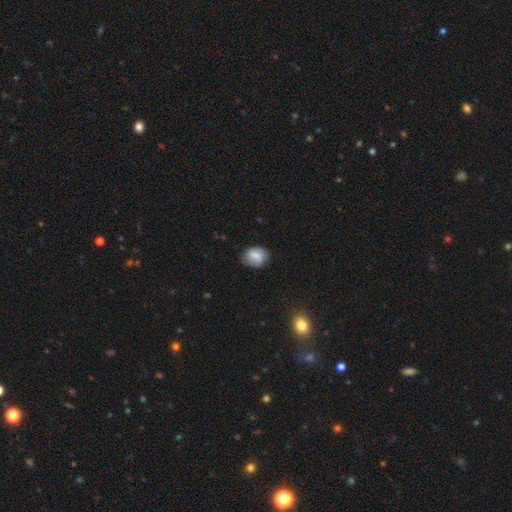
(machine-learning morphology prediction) Smooth or featured? Predicted: smooth (p=0.75). How rounded? Predicted: in between (p=0.54). Merging? Predicted: none (p=0.75).